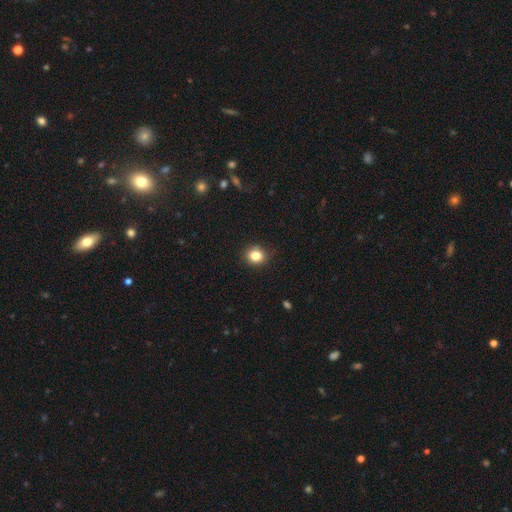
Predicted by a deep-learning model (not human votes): smooth_or_featured: smooth (p=0.83) [alt: star or artifact p=0.11]
how_rounded: round (p=0.77) [alt: in between p=0.22]
merging: none (p=0.86) [alt: minor disturbance p=0.10]